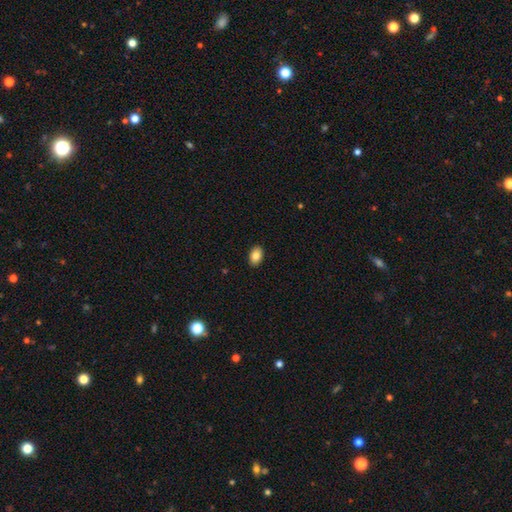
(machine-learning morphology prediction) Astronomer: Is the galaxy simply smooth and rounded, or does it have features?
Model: smooth — 85%.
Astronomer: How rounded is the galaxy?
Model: in between — 85%.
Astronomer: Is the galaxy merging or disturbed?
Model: none — 90%.